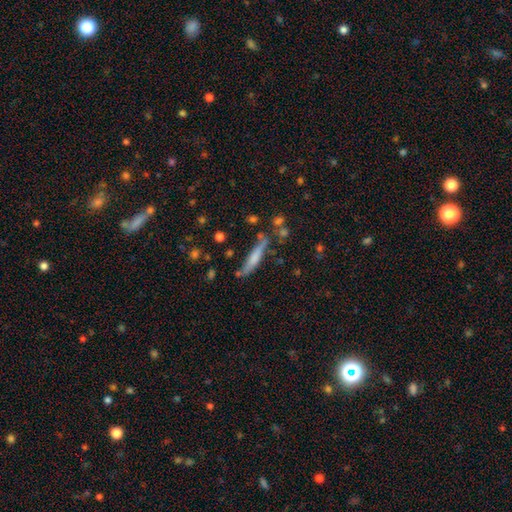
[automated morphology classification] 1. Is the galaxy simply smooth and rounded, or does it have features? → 50% smooth, 40% featured or disk, 10% star or artifact.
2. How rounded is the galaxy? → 88% cigar-shaped, 10% in between, 2% round.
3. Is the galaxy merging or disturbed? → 66% none, 20% minor disturbance, 8% merger, 7% major disturbance.